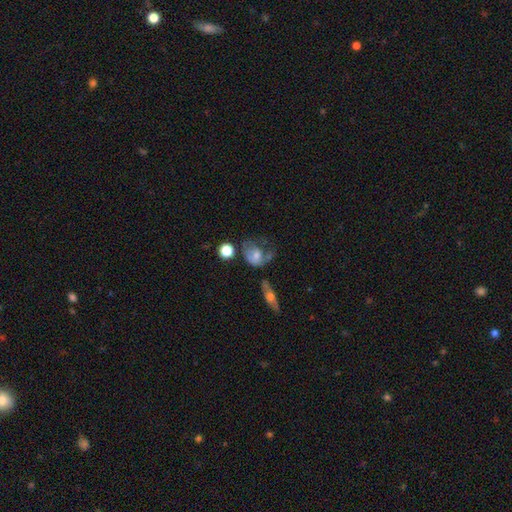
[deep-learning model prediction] smooth 55%, featured or disk 35%, star or artifact 10%. Down the decision tree: how rounded — in between (57%); merging — major disturbance (36%).